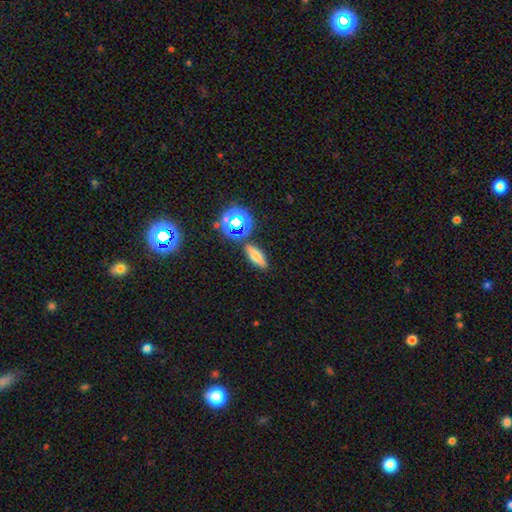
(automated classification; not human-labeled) This is likely a smooth galaxy (65%). How rounded: possibly in between (59%). Merging: clearly none (81%).